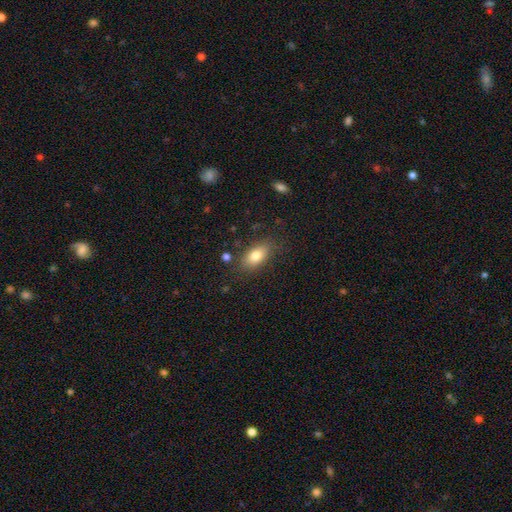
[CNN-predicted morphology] This appears to be a smooth galaxy with no disk features (81%) that is in between round and cigar-shaped (88%). Merging: none (80%).